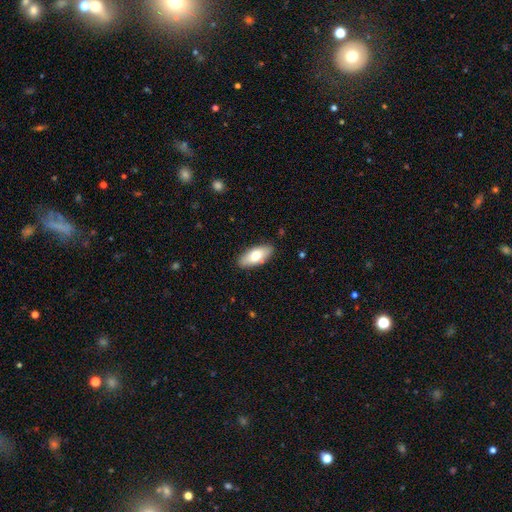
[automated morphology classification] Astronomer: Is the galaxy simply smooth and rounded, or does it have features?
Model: smooth — 73%.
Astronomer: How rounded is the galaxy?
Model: in between — 86%.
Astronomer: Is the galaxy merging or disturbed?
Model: none — 87%.